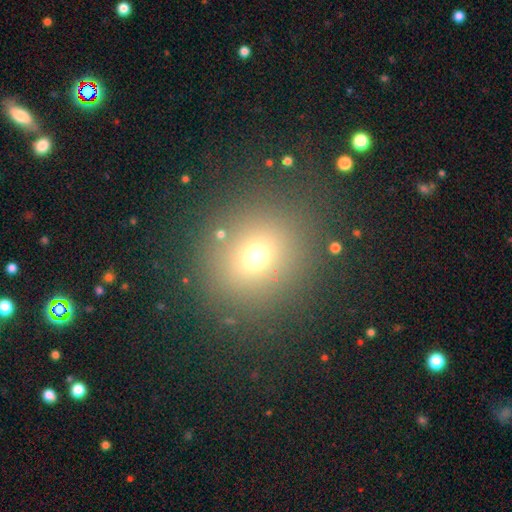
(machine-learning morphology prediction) smooth_or_featured: smooth (p=0.66) [alt: star or artifact p=0.24]
how_rounded: round (p=0.83) [alt: in between p=0.16]
merging: none (p=0.85) [alt: minor disturbance p=0.08]